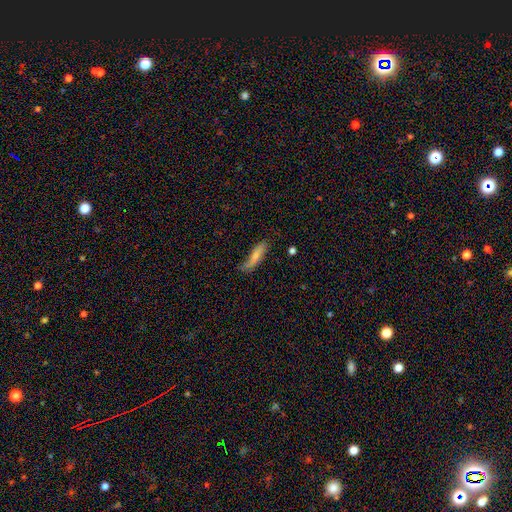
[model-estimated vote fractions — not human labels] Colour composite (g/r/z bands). It shows a smooth galaxy with no disk features (73%) that is cigar-shaped (69%). Merging: none (57%).